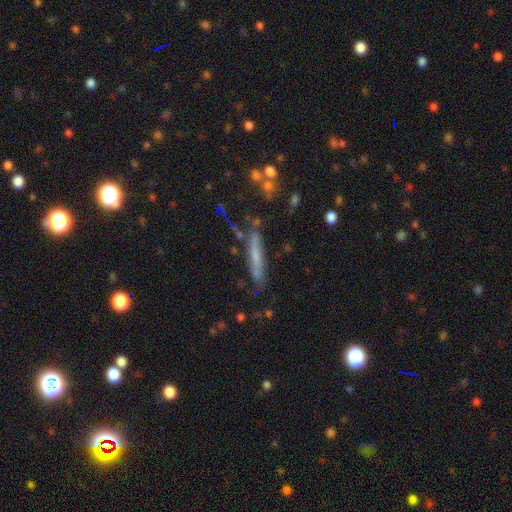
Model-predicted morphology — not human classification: smooth-or-featured: smooth: 53% | featured or disk: 37% | star or artifact: 10%
  how-rounded: cigar-shaped: 91% | in between: 7% | round: 2%
  merging: none: 74% | minor disturbance: 17% | major disturbance: 5% | merger: 5%